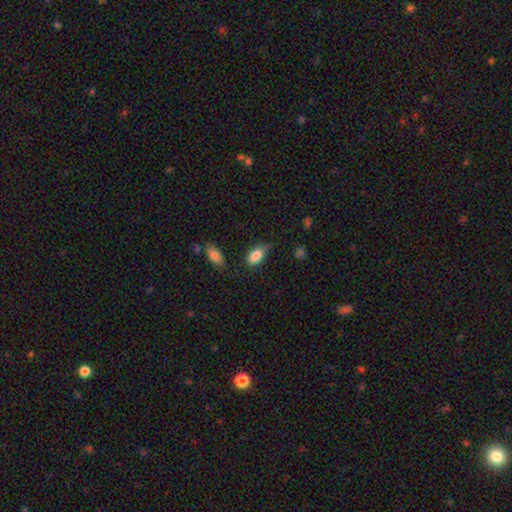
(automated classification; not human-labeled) smooth 84%, featured or disk 8%, star or artifact 8%. Down the decision tree: how rounded — in between (90%); merging — none (56%).